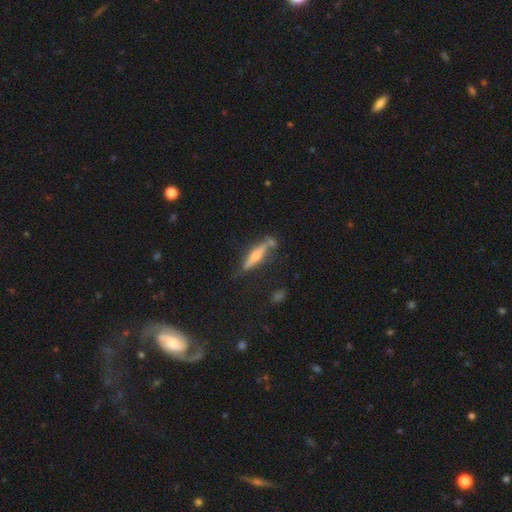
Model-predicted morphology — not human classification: smooth_or_featured: featured or disk (p=0.64) [alt: smooth p=0.29]
disk_edge_on: yes (p=0.93) [alt: no p=0.07]
edge_on_bulge: rounded (p=0.88) [alt: none p=0.07]
merging: none (p=0.67) [alt: minor disturbance p=0.19]